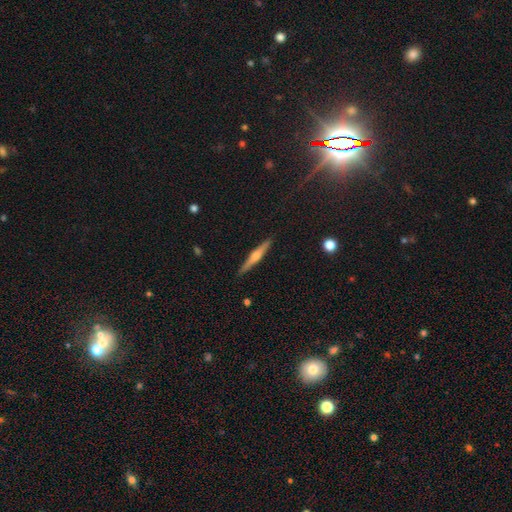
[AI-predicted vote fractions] Smooth or featured? Predicted: featured or disk (p=0.65). Edge-on disk? Predicted: yes (p=0.98). Edge-on bulge? Predicted: rounded (p=0.81). Merging? Predicted: none (p=0.91).